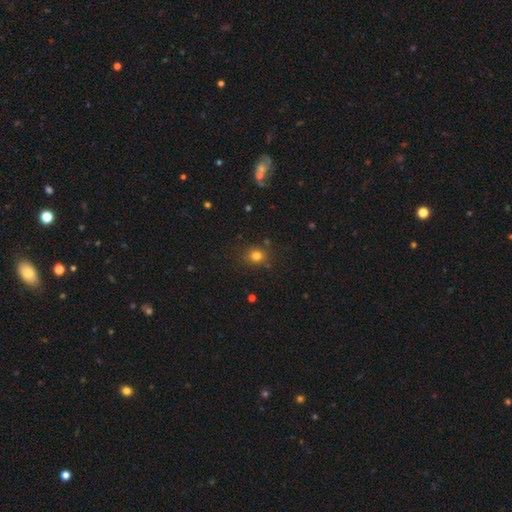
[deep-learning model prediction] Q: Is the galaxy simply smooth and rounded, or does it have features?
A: smooth — 78%.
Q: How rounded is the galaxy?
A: round — 77%.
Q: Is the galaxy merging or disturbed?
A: none — 83%.